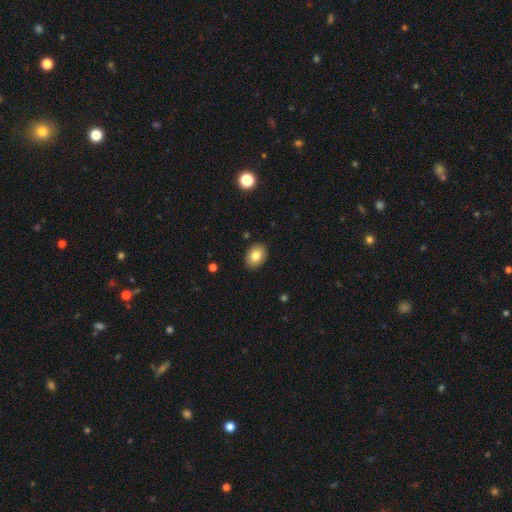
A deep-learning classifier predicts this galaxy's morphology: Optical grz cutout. It shows a smooth galaxy with no disk features (82%) that is in between round and cigar-shaped (76%). Merging: none (89%).